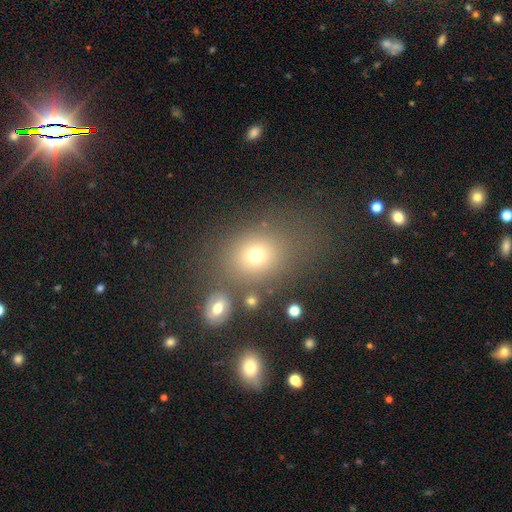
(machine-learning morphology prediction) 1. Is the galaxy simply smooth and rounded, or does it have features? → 69% smooth, 18% star or artifact, 13% featured or disk.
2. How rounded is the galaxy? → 52% round, 47% in between, 1% cigar-shaped.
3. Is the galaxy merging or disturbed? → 67% none, 14% minor disturbance, 10% merger, 8% major disturbance.